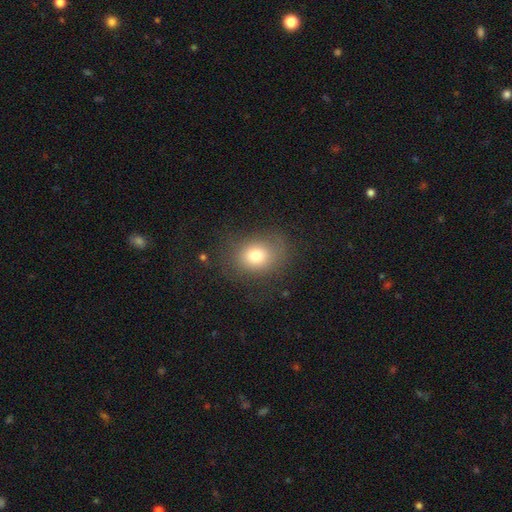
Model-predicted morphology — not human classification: A smooth galaxy with no disk features (75%) that is round (59%). Merging: none (74%).